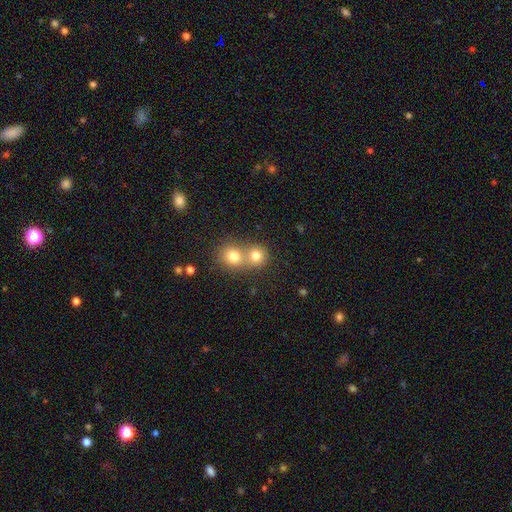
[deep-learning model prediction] Smooth or featured: smooth — 79% (star or artifact — 12%)
How rounded: round — 85% (in between — 14%)
Merging: merger — 56% (none — 37%)